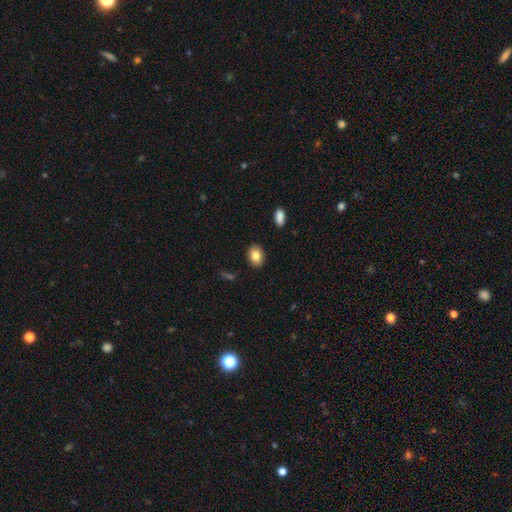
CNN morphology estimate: A smooth galaxy with no disk features (82%) that is in between round and cigar-shaped (72%).

Vote fractions:
- Smooth or featured? smooth: 82% / featured or disk: 9% / star or artifact: 8%
- How rounded? in between: 72% / round: 27% / cigar-shaped: 1%
- Merging? none: 89% / minor disturbance: 8% / major disturbance: 2% / merger: 1%